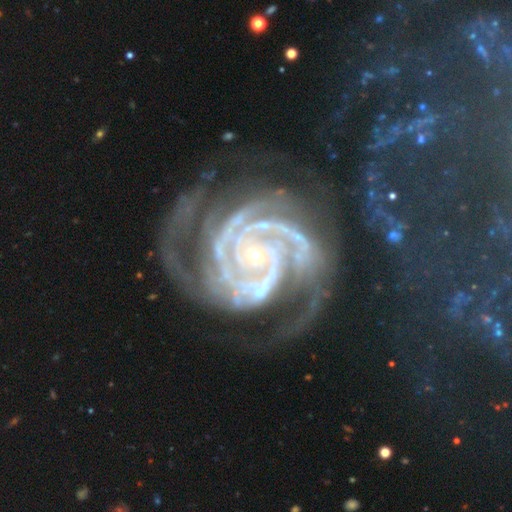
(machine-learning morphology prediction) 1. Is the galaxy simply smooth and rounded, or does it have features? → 93% featured or disk, 5% star or artifact, 2% smooth.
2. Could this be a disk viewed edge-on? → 98% no, 2% yes.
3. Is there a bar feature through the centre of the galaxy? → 69% no, 18% weak, 13% strong.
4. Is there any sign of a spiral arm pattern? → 99% yes, 1% no.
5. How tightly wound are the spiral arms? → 63% tight, 32% medium, 5% loose.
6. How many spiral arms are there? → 29% 3 (tied), 29% 2 (tied), 15% 4, 11% can't tell, 9% more than 4, 8% 1.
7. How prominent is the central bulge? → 82% small, 13% moderate, 2% none, 2% large, 1% dominant.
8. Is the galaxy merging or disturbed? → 55% none, 21% major disturbance, 20% minor disturbance, 4% merger.